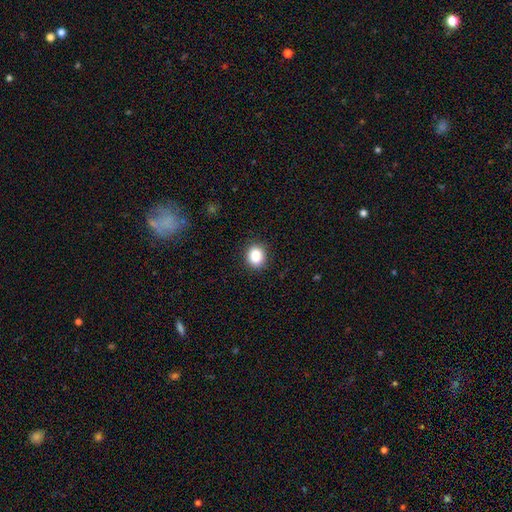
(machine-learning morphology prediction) smooth-or-featured: smooth: 85% | star or artifact: 10% | featured or disk: 5%
  how-rounded: round: 65% | in between: 34% | cigar-shaped: 1%
  merging: none: 90% | minor disturbance: 7% | major disturbance: 2% | merger: 1%